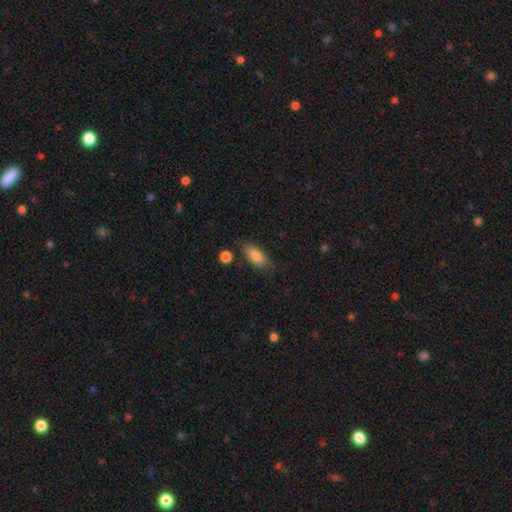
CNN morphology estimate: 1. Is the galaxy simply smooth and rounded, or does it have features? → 82% smooth, 11% featured or disk, 7% star or artifact.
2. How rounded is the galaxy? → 83% in between, 14% cigar-shaped, 3% round.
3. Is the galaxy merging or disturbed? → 71% none, 20% minor disturbance, 5% major disturbance, 4% merger.